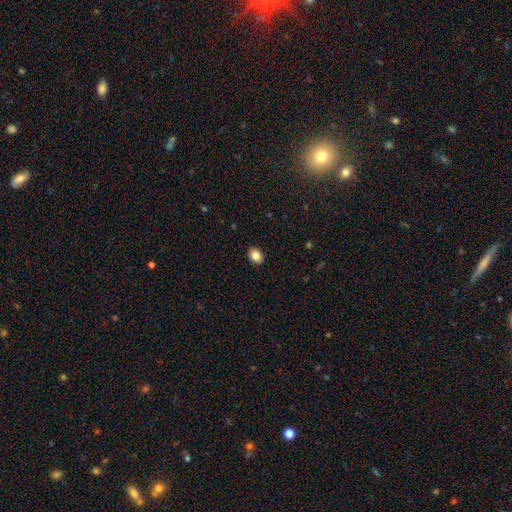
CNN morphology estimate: A smooth galaxy with no disk features (85%) that is in between round and cigar-shaped (61%). Merging: none (91%).